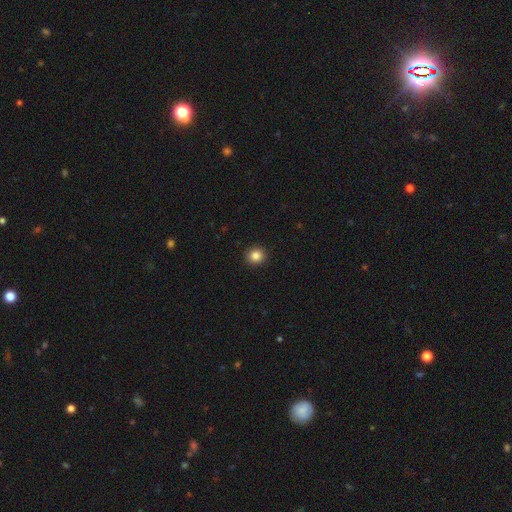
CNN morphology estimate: Overall: smooth (85%). How rounded: round (91%). Merging: none (93%).